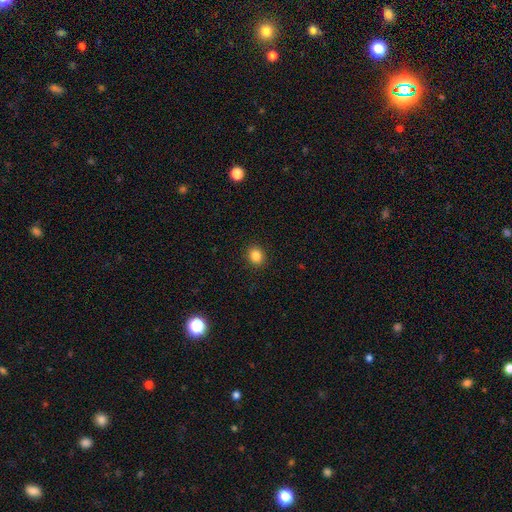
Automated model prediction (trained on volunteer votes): A smooth galaxy with no disk features (85%) that is round (63%). Merging: none (90%).